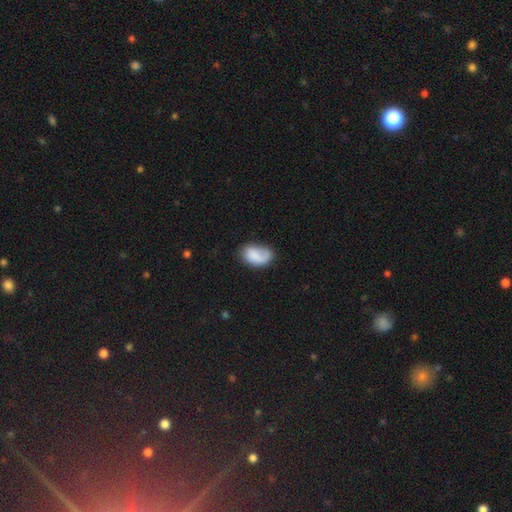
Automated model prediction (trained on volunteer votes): The model was most divided on "merging": none: 51%, minor disturbance: 29%, major disturbance: 16%, merger: 4%. More confident: how rounded — in between (89%); smooth or featured — smooth (75%).